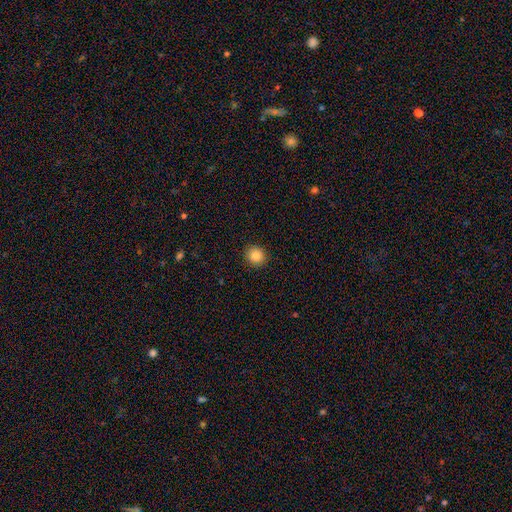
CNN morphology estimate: This appears to be a smooth galaxy with no disk features (86%) that is round (88%). Merging: none (92%).